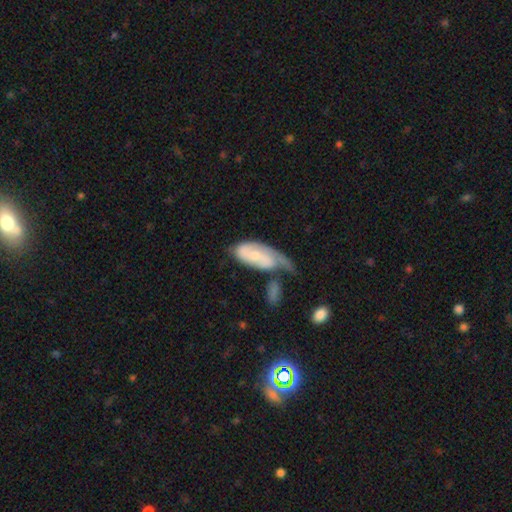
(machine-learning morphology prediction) This is likely a featured or disk galaxy (65%). It is clearly not viewed edge-on (94%). Bar: possibly no (51%). Spiral arm pattern: clearly yes (86%). Spiral arm count: possibly 2 (52%). Spiral winding: marginally medium (38%). Central bulge: possibly small (53%). Merging: marginally major disturbance (30%).